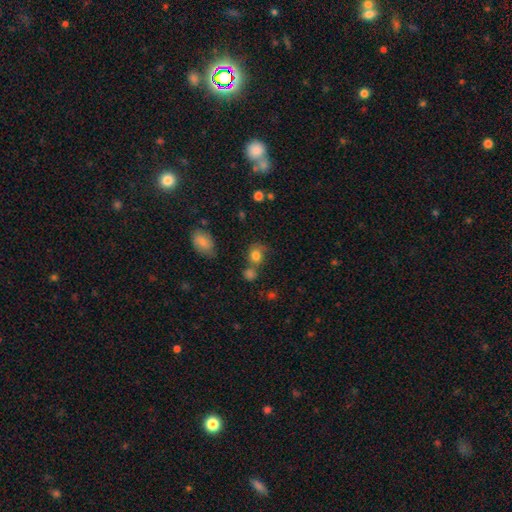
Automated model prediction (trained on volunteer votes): Smooth or featured? Predicted: smooth (p=0.79). How rounded? Predicted: round (p=0.70). Merging? Predicted: none (p=0.48).